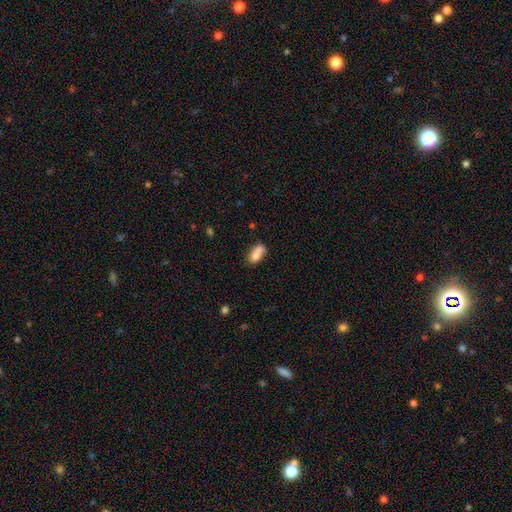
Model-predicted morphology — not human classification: Smooth or featured? smooth (71%)
How rounded? in between (72%)
Merging? merger (57%)